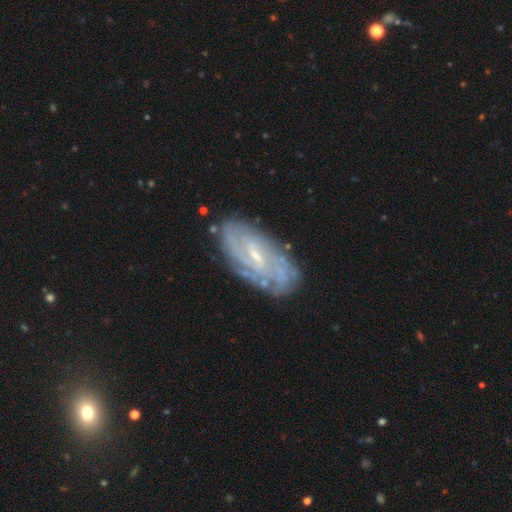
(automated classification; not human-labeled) Smooth or featured? featured or disk (80%)
Edge-on disk? no (93%)
Bar? weak (54%)
Spiral arms? yes (89%)
Spiral winding? tight (61%)
Spiral arm count? can't tell (48%)
Bulge size? small (67%)
Merging? none (76%)